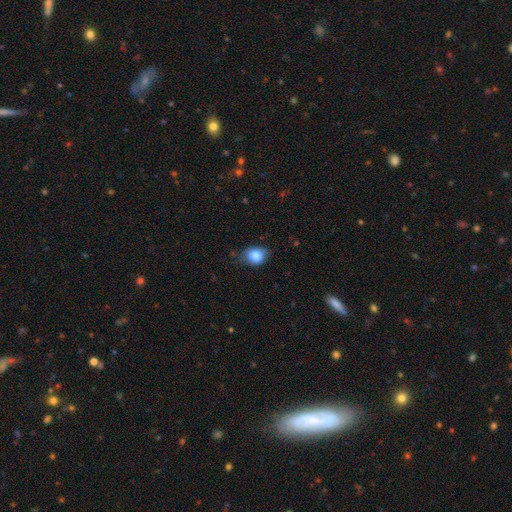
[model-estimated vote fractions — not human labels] smooth_or_featured: smooth (p=0.82) [alt: featured or disk p=0.09]
how_rounded: in between (p=0.62) [alt: round p=0.37]
merging: none (p=0.64) [alt: minor disturbance p=0.29]